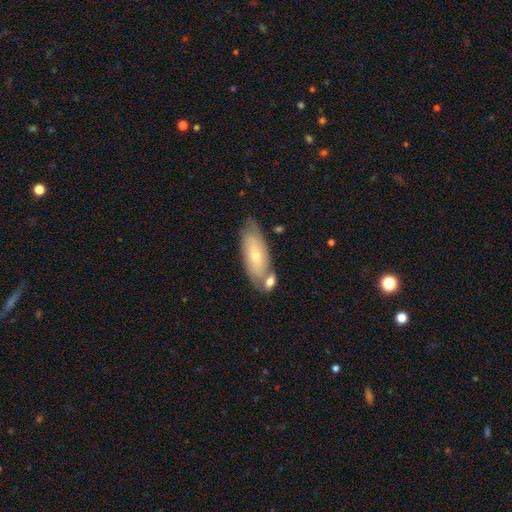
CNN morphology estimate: This appears to be a smooth galaxy with no disk features (54%) that is in between round and cigar-shaped (76%). Merging: none (57%).